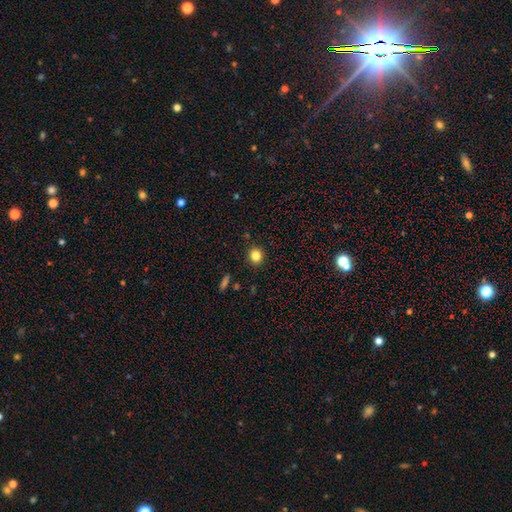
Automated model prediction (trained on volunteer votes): Smooth or featured? smooth (82%)
How rounded? round (86%)
Merging? none (91%)